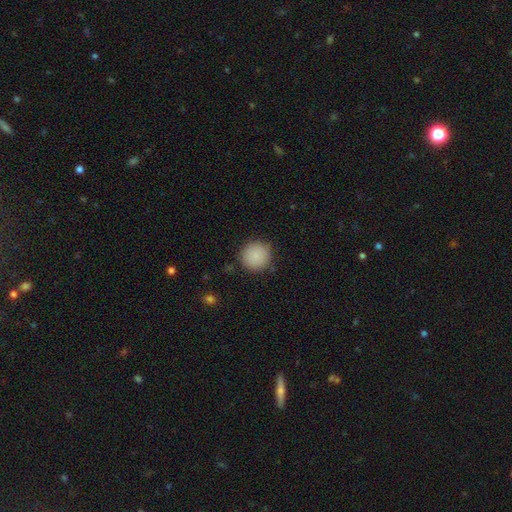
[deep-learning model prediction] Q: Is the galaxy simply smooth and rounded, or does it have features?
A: smooth — 87%.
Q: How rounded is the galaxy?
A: round — 95%.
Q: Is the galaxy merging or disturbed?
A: none — 88%.